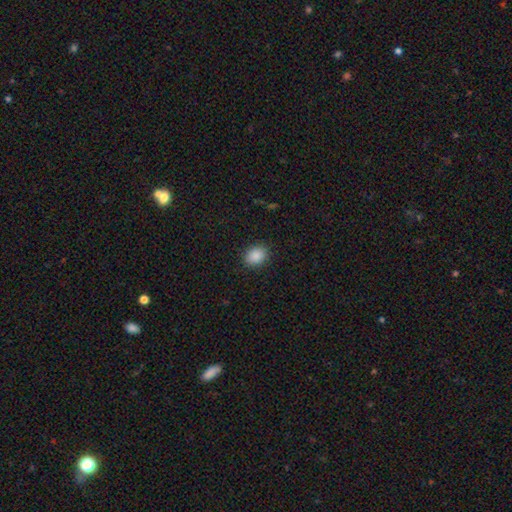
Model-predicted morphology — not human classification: Smooth or featured? smooth (89%)
How rounded? in between (63%)
Merging? none (89%)